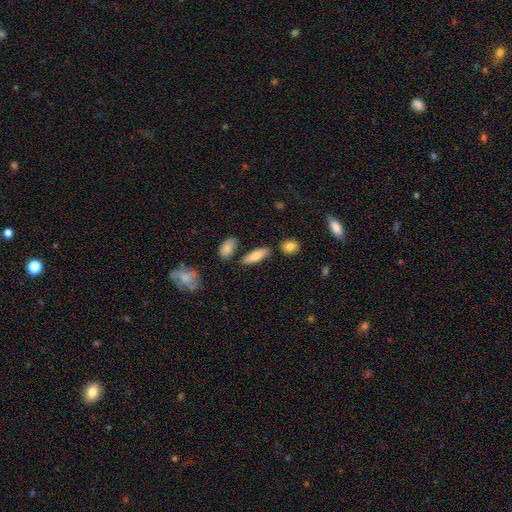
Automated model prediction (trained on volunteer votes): Morphology: type=smooth (78%); roundness=in between (60%); merging=none (79%).